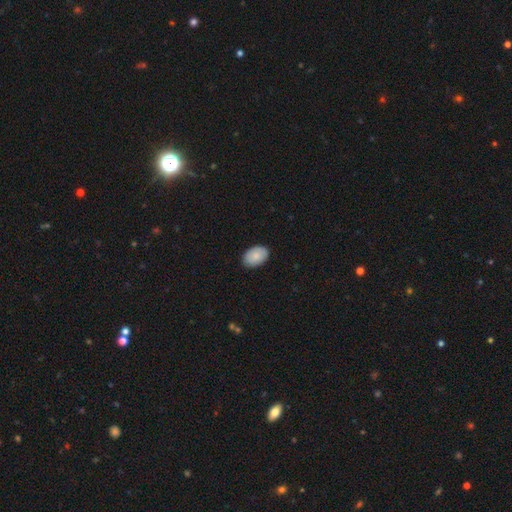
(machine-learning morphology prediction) A smooth galaxy with no disk features (82%) that is in between round and cigar-shaped (88%). Merging: none (87%).